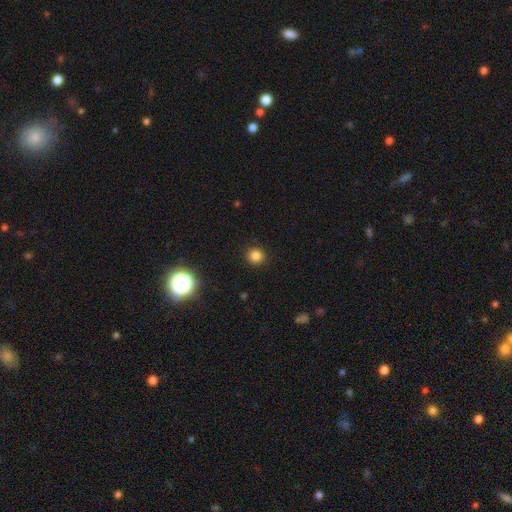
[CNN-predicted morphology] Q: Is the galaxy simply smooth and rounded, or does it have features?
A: smooth — 81%.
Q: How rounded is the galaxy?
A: round — 91%.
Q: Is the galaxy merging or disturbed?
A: none — 91%.